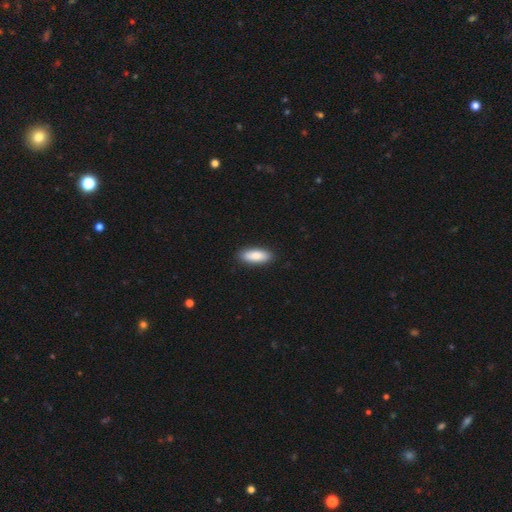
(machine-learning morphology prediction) This is clearly a smooth galaxy (85%). How rounded: likely in between (71%). Merging: clearly none (90%).